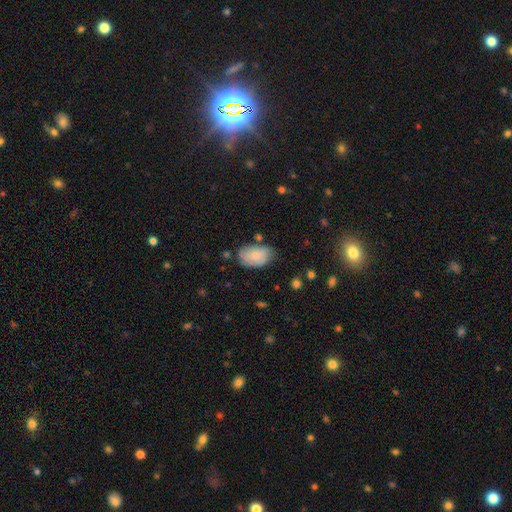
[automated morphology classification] Smooth or featured?
  - smooth: 74% *
  - featured or disk: 19%
  - star or artifact: 7%
How rounded?
  - in between: 89% *
  - round: 10%
  - cigar-shaped: 1%
Merging?
  - none: 63% *
  - minor disturbance: 27%
  - major disturbance: 6%
  - merger: 4%